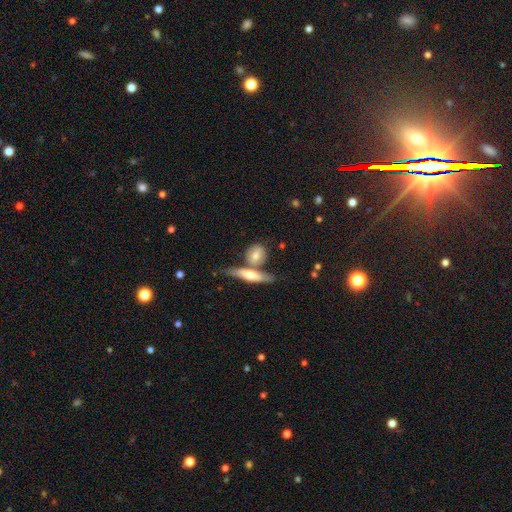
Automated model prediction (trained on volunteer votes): Smooth or featured? Predicted: smooth (p=0.64). How rounded? Predicted: in between (p=0.41). Merging? Predicted: none (p=0.52).